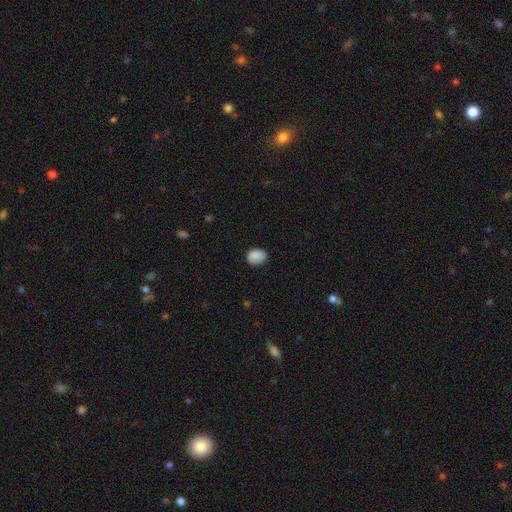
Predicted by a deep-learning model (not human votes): Smooth or featured?
  - smooth: 88% *
  - star or artifact: 8%
  - featured or disk: 4%
How rounded?
  - in between: 50% *
  - round: 49%
  - cigar-shaped: 1%
Merging?
  - none: 80% *
  - minor disturbance: 16%
  - major disturbance: 3%
  - merger: 1%